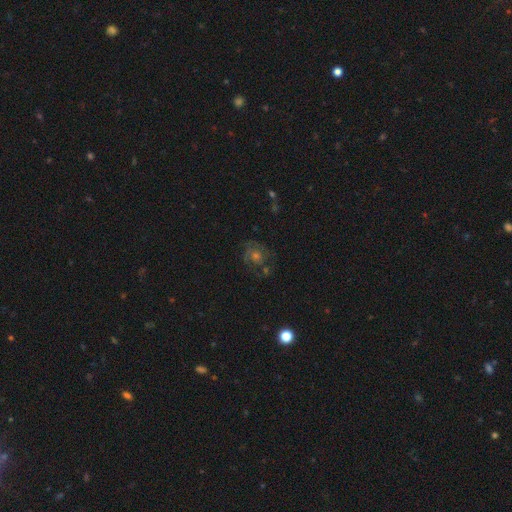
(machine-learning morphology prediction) Q: Smooth or featured?
A: featured or disk (50%); runner-up: smooth (26%)
Q: Edge-on disk?
A: no (96%); runner-up: yes (4%)
Q: Merging?
A: none (68%); runner-up: minor disturbance (16%)